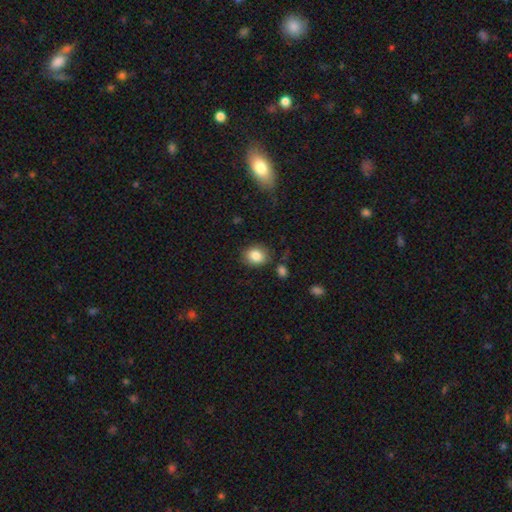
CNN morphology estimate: Smooth or featured? Predicted: smooth (p=0.84). How rounded? Predicted: round (p=0.59). Merging? Predicted: none (p=0.81).